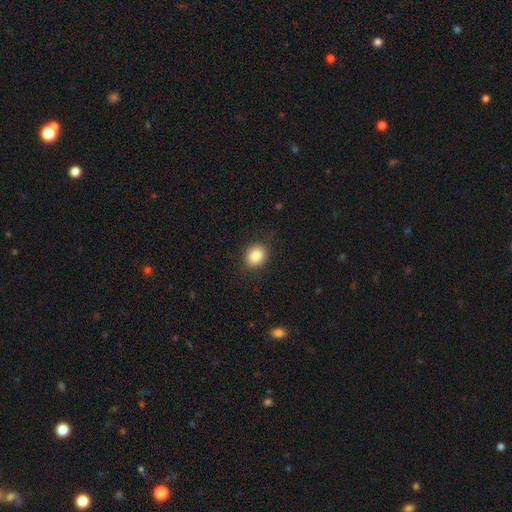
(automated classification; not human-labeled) This is clearly a smooth galaxy (85%). How rounded: likely round (65%). Merging: clearly none (89%).